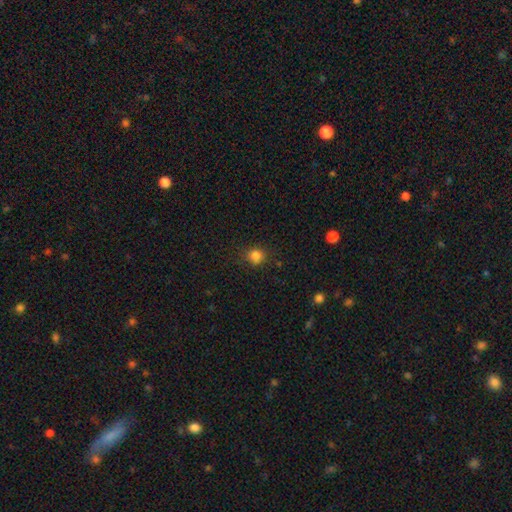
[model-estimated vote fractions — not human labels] The model was most divided on "smooth or featured": smooth: 82%, star or artifact: 13%, featured or disk: 5%. More confident: how rounded — round (87%); merging — none (82%).